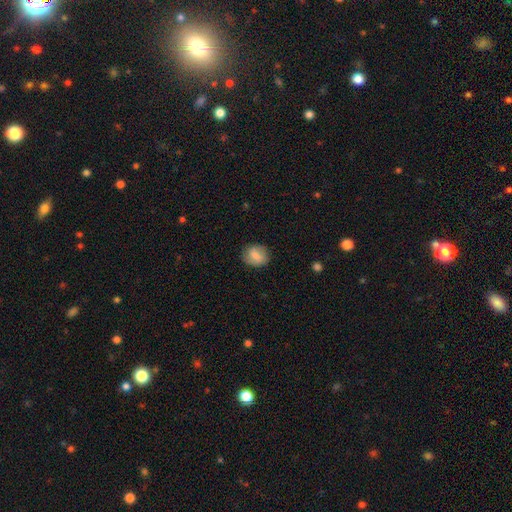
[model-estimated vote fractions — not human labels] Smooth or featured?
  - smooth: 68% *
  - featured or disk: 24%
  - star or artifact: 8%
How rounded?
  - round: 58% *
  - in between: 41%
  - cigar-shaped: 1%
Merging?
  - none: 79% *
  - minor disturbance: 15%
  - major disturbance: 4%
  - merger: 1%